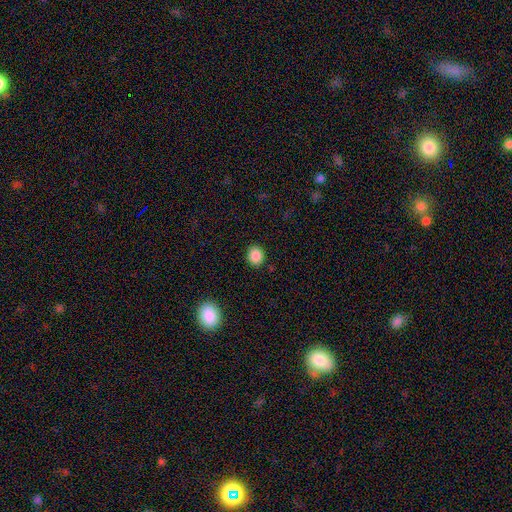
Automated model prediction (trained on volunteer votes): The model was most divided on "how rounded": round: 72%, in between: 27%, cigar-shaped: 1%. More confident: merging — none (88%); smooth or featured — smooth (87%).